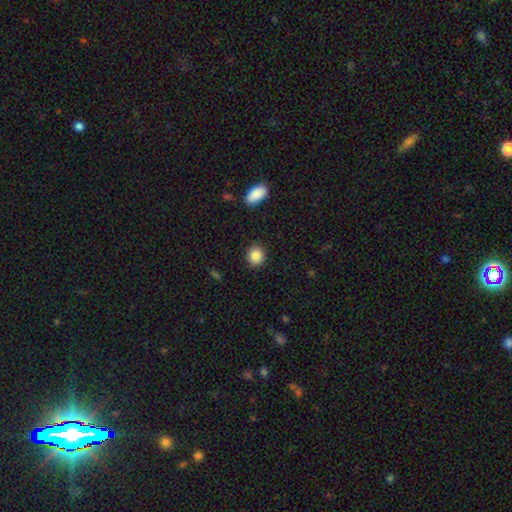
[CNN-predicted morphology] Q: Smooth or featured?
A: smooth (88%); runner-up: star or artifact (8%)
Q: How rounded?
A: round (80%); runner-up: in between (19%)
Q: Merging?
A: none (90%); runner-up: minor disturbance (7%)